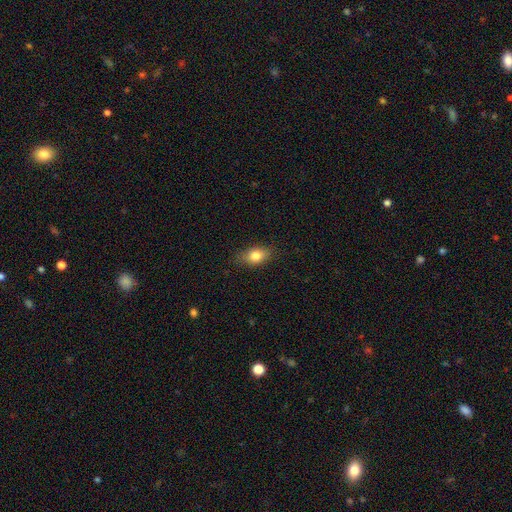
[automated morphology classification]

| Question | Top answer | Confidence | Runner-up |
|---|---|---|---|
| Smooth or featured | smooth | 80% | featured or disk (11%) |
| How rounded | in between | 80% | round (16%) |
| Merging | none | 82% | minor disturbance (14%) |